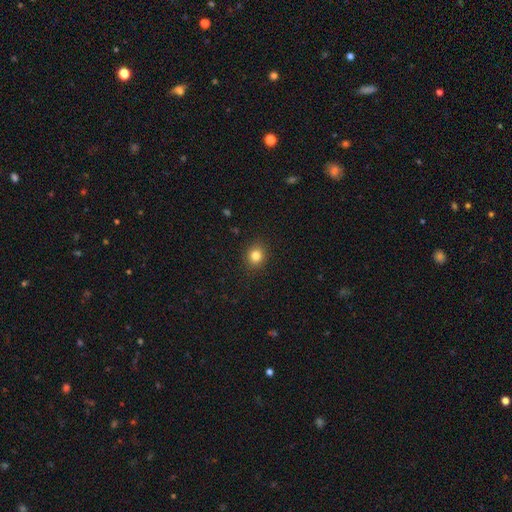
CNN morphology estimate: Smooth or featured? smooth (82%)
How rounded? round (81%)
Merging? none (91%)